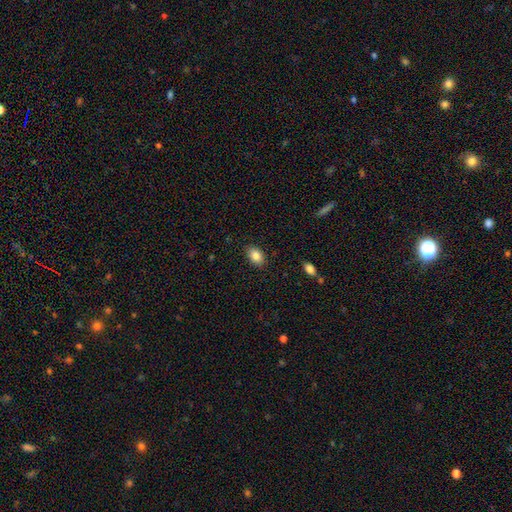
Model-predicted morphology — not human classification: smooth-or-featured: smooth: 86% | star or artifact: 8% | featured or disk: 6%
  how-rounded: in between: 86% | round: 13% | cigar-shaped: 1%
  merging: none: 87% | minor disturbance: 10% | major disturbance: 2% | merger: 1%